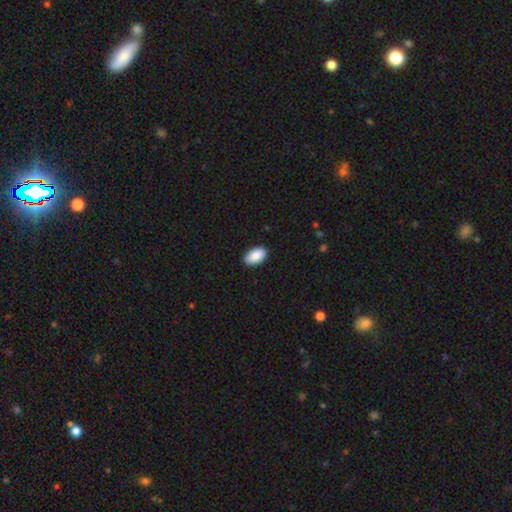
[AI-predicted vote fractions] A smooth galaxy with no disk features (90%) that is in between round and cigar-shaped (95%).

Vote fractions:
- Smooth or featured? smooth: 90% / star or artifact: 6% / featured or disk: 3%
- How rounded? in between: 95% / round: 3% / cigar-shaped: 1%
- Merging? none: 89% / minor disturbance: 9% / major disturbance: 2% / merger: 1%